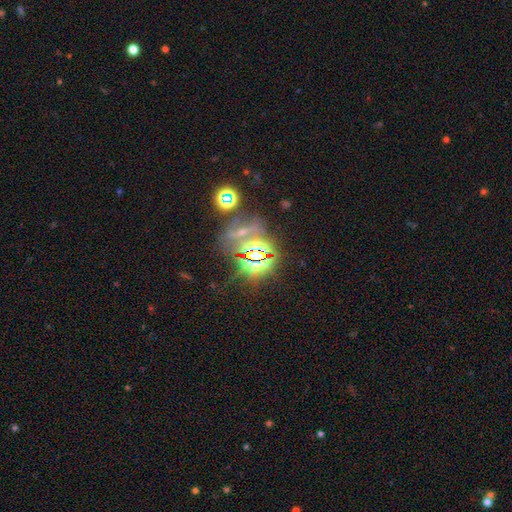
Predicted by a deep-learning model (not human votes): Morphology: type=star or artifact (73%).